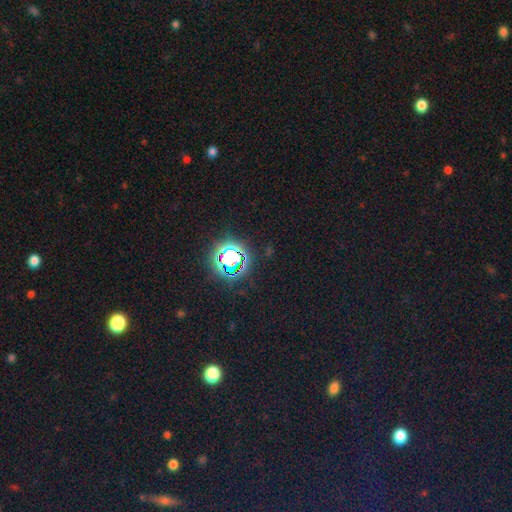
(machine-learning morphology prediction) type=star or artifact (79%).